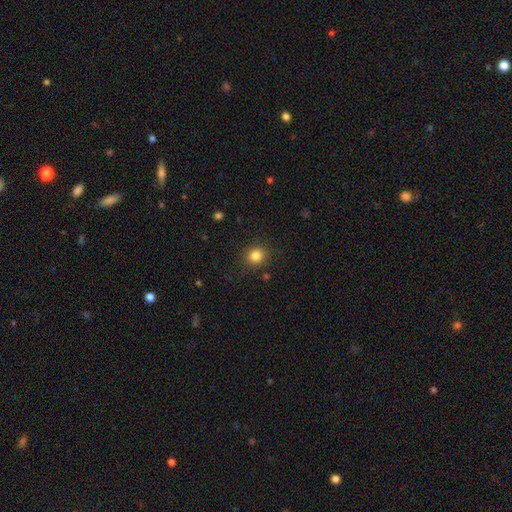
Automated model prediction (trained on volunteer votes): smooth-or-featured: smooth: 83% | star or artifact: 12% | featured or disk: 5%
  how-rounded: round: 86% | in between: 13% | cigar-shaped: 1%
  merging: none: 88% | minor disturbance: 8% | major disturbance: 3% | merger: 1%